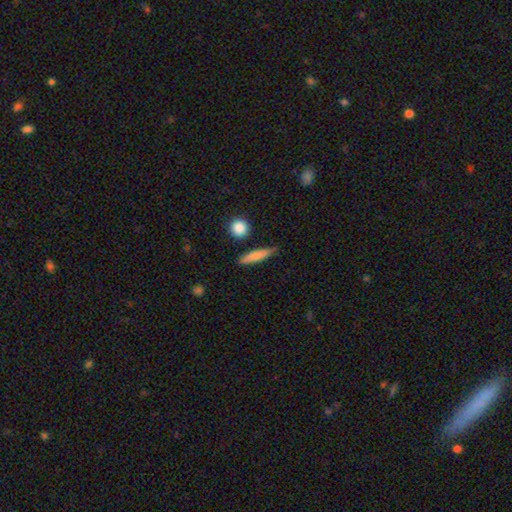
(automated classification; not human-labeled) This appears to be a smooth galaxy with no disk features (74%) that is cigar-shaped (83%). Merging: none (80%).